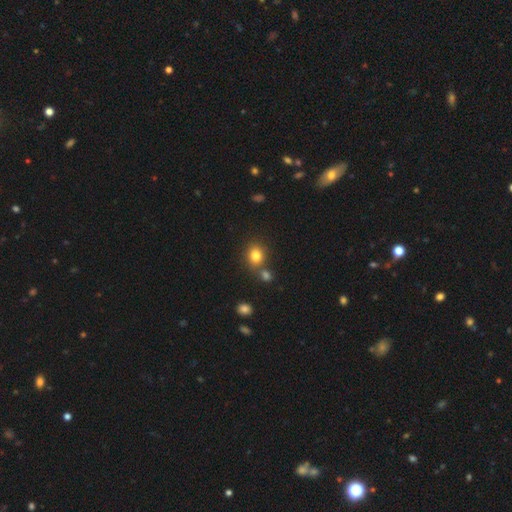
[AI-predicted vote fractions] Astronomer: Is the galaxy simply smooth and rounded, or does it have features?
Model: smooth — 81%.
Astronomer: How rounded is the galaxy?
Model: round — 62%.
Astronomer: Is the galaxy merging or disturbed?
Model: none — 67%.